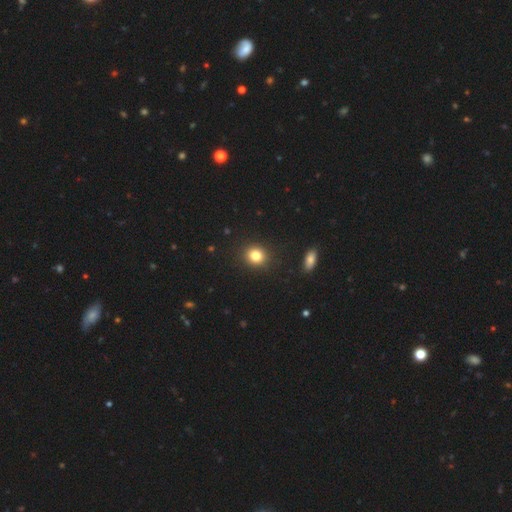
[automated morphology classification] The model was most divided on "how rounded": round: 78%, in between: 21%, cigar-shaped: 1%. More confident: merging — none (90%); smooth or featured — smooth (82%).